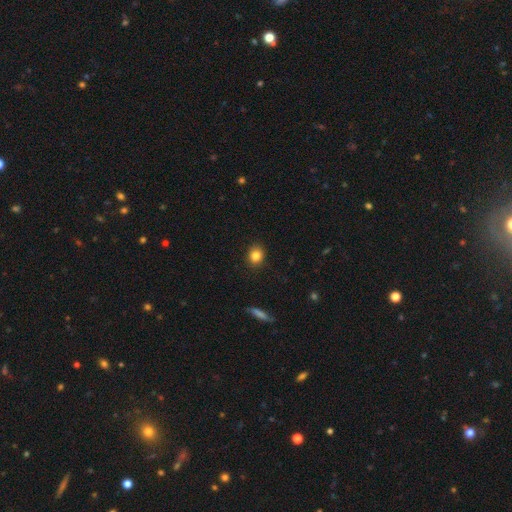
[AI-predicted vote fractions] The model was most divided on "how rounded": round: 62%, in between: 36%, cigar-shaped: 1%. More confident: merging — none (89%); smooth or featured — smooth (84%).